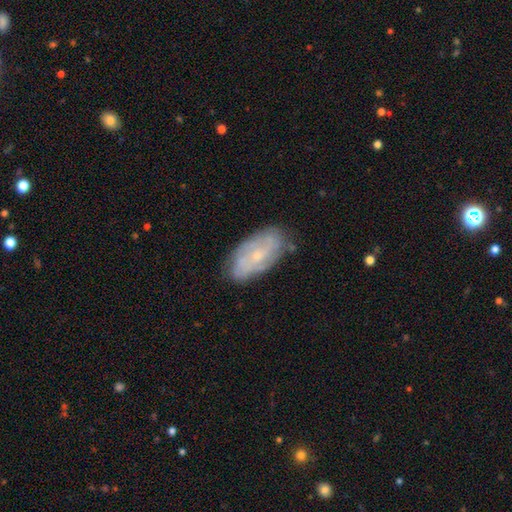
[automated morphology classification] Q: Smooth or featured?
A: featured or disk (66%); runner-up: smooth (27%)
Q: Edge-on disk?
A: no (93%); runner-up: yes (7%)
Q: Bar?
A: no (69%); runner-up: weak (26%)
Q: Spiral arms?
A: yes (82%); runner-up: no (18%)
Q: Spiral winding?
A: tight (50%); runner-up: medium (35%)
Q: Spiral arm count?
A: can't tell (47%); runner-up: 2 (26%)
Q: Bulge size?
A: small (72%); runner-up: moderate (22%)
Q: Merging?
A: none (76%); runner-up: minor disturbance (18%)